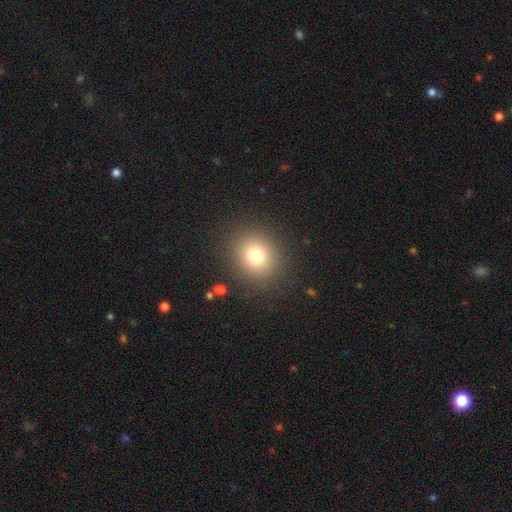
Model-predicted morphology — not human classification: This is likely a smooth galaxy (75%). How rounded: clearly round (81%). Merging: clearly none (87%).